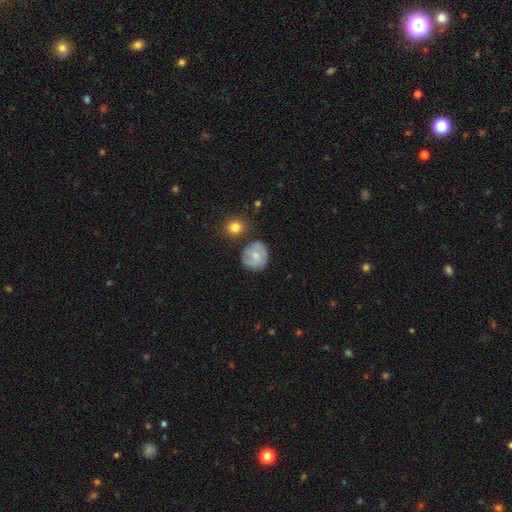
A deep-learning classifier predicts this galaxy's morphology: Smooth or featured? smooth (49%)
Merging? none (65%)